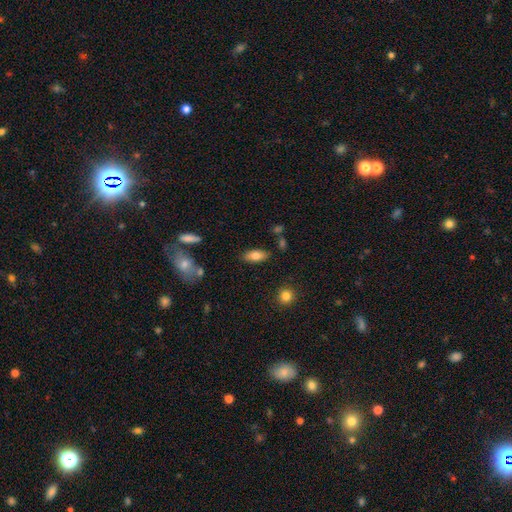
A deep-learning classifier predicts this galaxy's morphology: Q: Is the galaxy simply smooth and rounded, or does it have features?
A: smooth — 77%.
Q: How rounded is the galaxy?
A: in between — 86%.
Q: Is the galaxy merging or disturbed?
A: none — 83%.